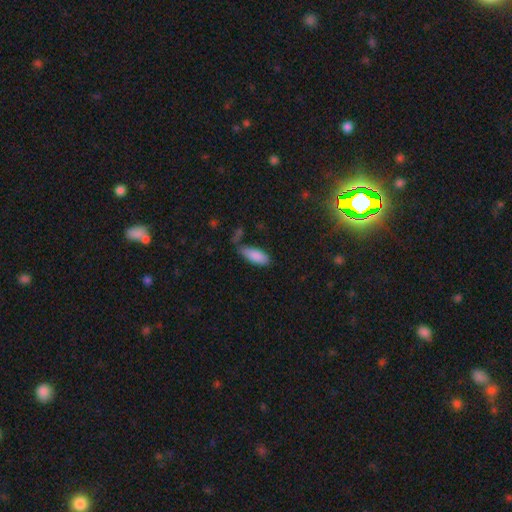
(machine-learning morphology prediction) Overall: smooth (87%). How rounded: in between (77%). Merging: none (59%; minor disturbance 27%).